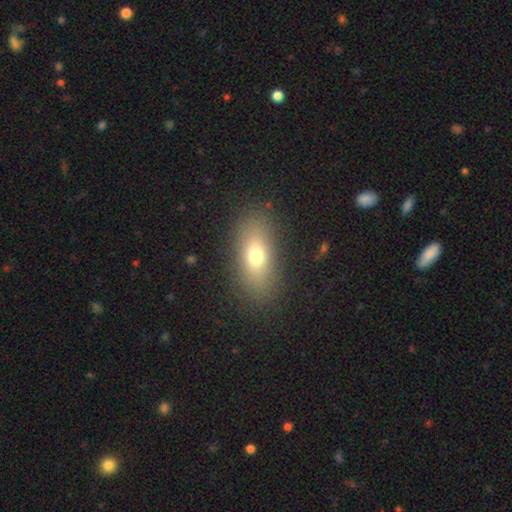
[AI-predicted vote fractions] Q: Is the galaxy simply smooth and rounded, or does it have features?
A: smooth — 70%.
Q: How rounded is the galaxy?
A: in between — 76%.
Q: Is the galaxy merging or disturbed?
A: none — 86%.